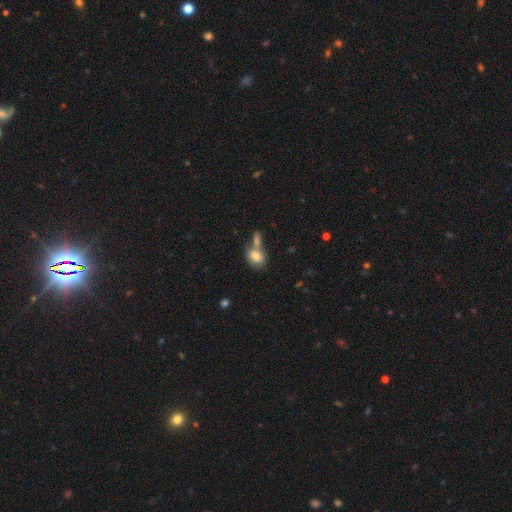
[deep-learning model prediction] Morphology: type=smooth (79%); roundness=in between (68%); merging=merger (45%).